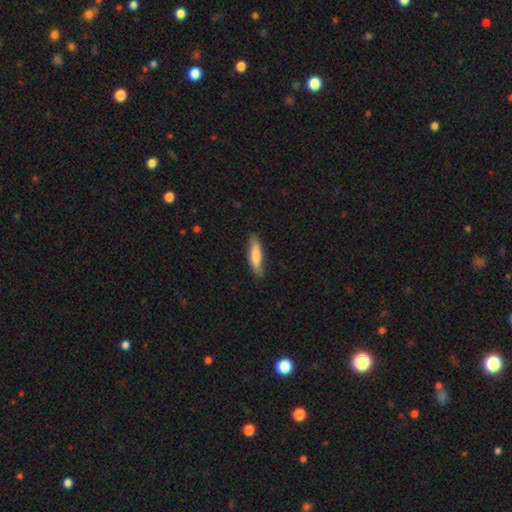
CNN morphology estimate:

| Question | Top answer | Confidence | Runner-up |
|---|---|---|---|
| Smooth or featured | smooth | 73% | featured or disk (22%) |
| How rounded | cigar-shaped | 70% | in between (28%) |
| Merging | none | 79% | minor disturbance (17%) |